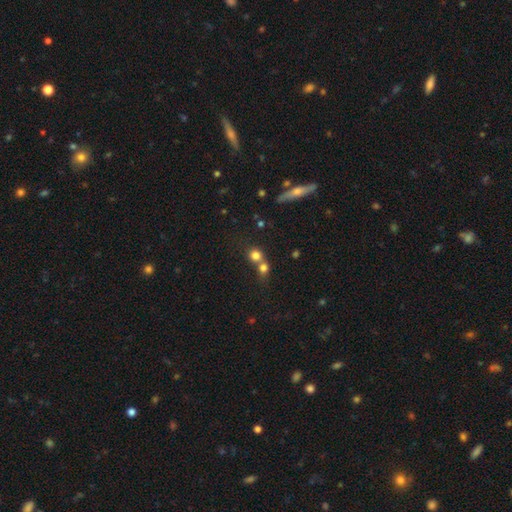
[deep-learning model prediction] smooth 77%, star or artifact 13%, featured or disk 11%. Down the decision tree: how rounded — round (81%); merging — merger (52%).